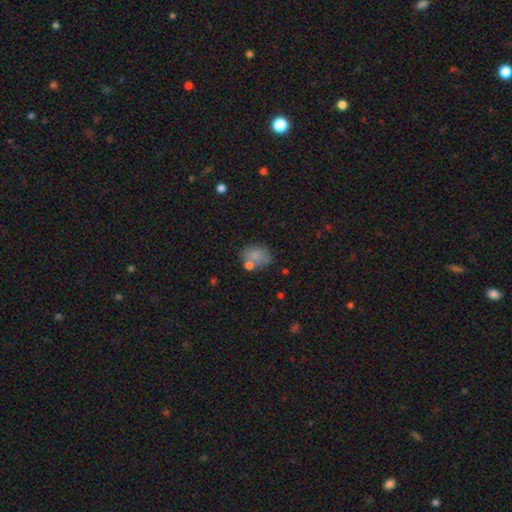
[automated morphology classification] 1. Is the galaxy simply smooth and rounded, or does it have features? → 75% smooth, 14% featured or disk, 11% star or artifact.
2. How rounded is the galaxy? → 57% in between, 42% round, 1% cigar-shaped.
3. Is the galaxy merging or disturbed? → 52% none, 20% minor disturbance, 20% merger, 8% major disturbance.